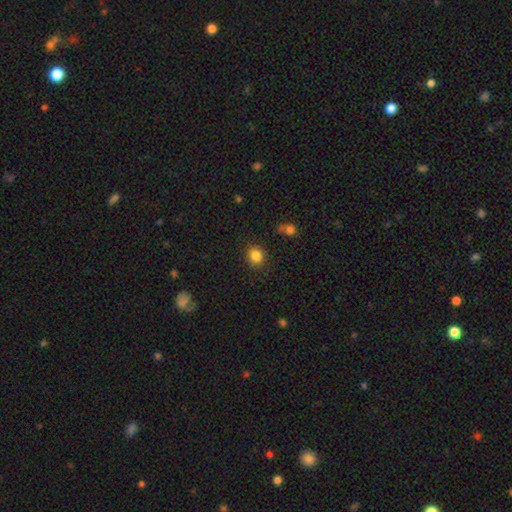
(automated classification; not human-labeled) Morphology: type=smooth (84%); roundness=round (78%); merging=none (87%).